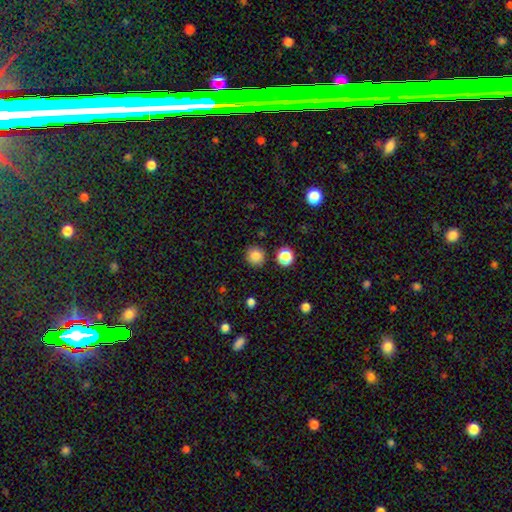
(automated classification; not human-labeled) Smooth or featured? Predicted: smooth (p=0.84). How rounded? Predicted: round (p=0.93). Merging? Predicted: none (p=0.88).